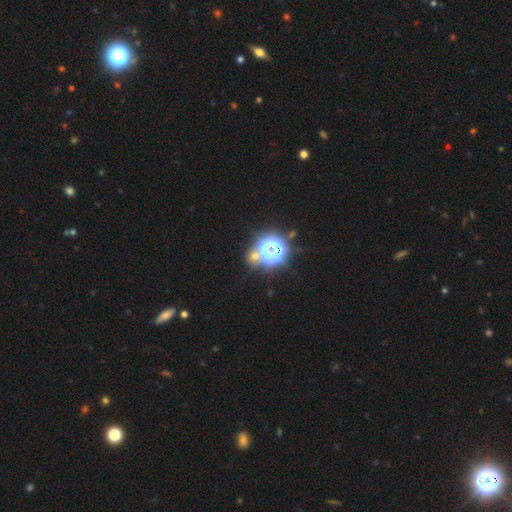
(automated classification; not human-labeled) This appears to be a star or artifact, not a galaxy (51%).